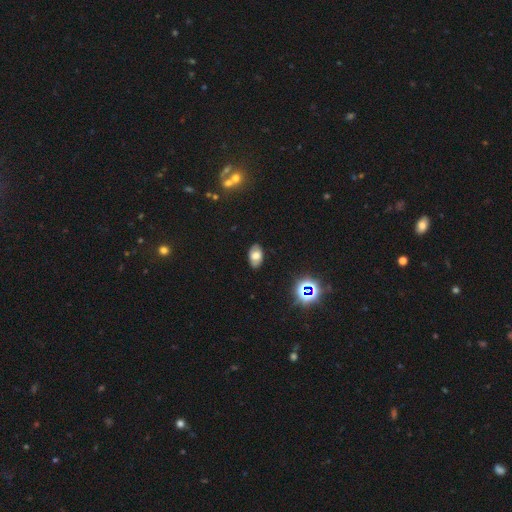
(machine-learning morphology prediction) Q: Smooth or featured?
A: smooth (64%); runner-up: featured or disk (22%)
Q: How rounded?
A: in between (92%); runner-up: round (7%)
Q: Merging?
A: none (85%); runner-up: minor disturbance (11%)